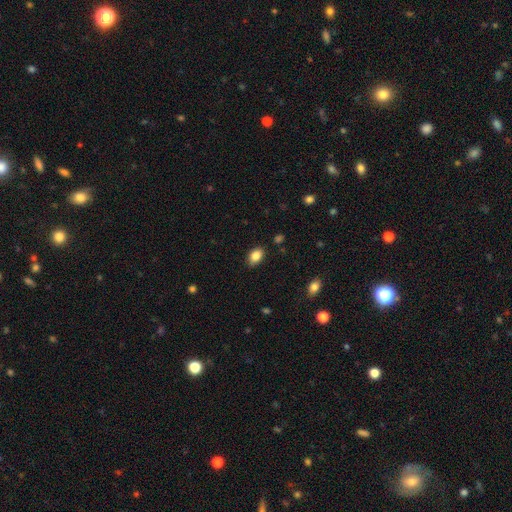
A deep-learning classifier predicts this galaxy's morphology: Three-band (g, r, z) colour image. It shows a smooth galaxy with no disk features (85%) that is in between round and cigar-shaped (82%). Merging: none (84%).